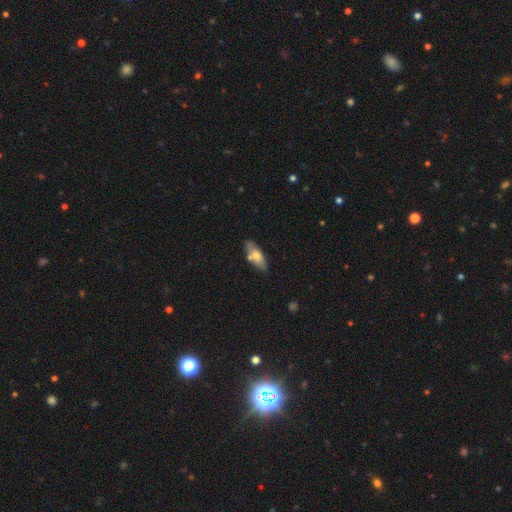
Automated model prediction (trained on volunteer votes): Morphology: type=smooth (63%); roundness=in between (72%); merging=none (66%).